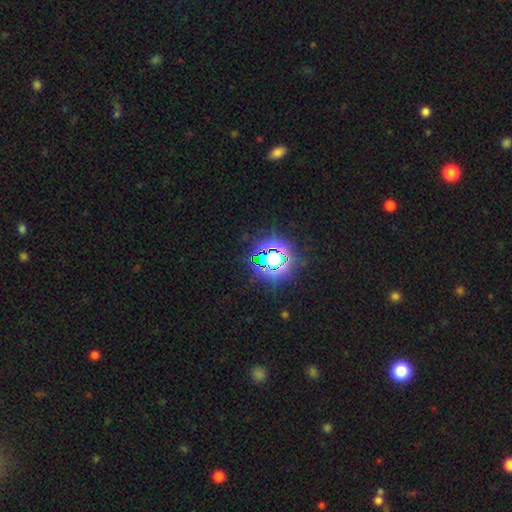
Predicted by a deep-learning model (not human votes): smooth-or-featured: star or artifact: 80% | smooth: 13% | featured or disk: 7%